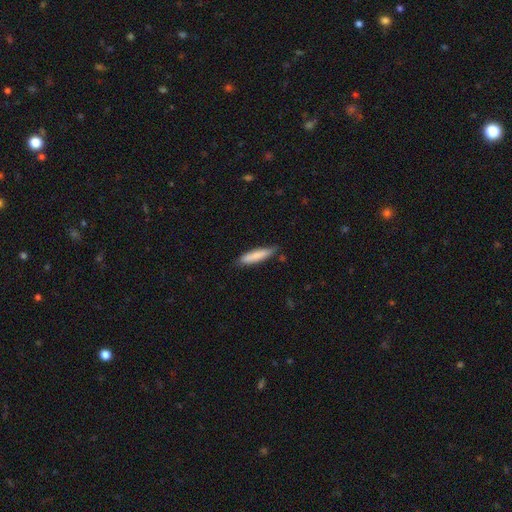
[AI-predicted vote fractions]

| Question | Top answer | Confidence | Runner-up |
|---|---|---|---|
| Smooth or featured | smooth | 80% | featured or disk (15%) |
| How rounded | cigar-shaped | 83% | in between (15%) |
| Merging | none | 78% | minor disturbance (18%) |